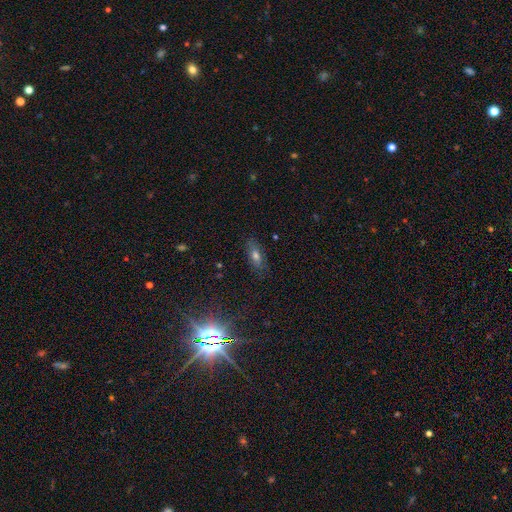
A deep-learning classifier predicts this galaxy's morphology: Smooth or featured? smooth (55%)
How rounded? in between (74%)
Merging? none (83%)